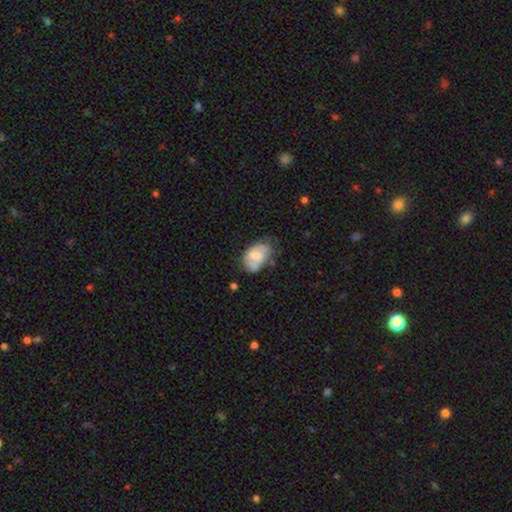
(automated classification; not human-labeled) smooth_or_featured: smooth (p=0.48) [alt: featured or disk p=0.45]
merging: none (p=0.42) [alt: minor disturbance p=0.35]